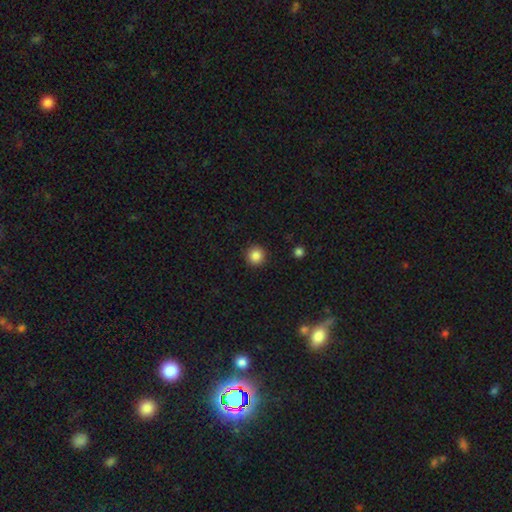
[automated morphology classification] Smooth or featured? smooth (86%)
How rounded? round (95%)
Merging? none (92%)